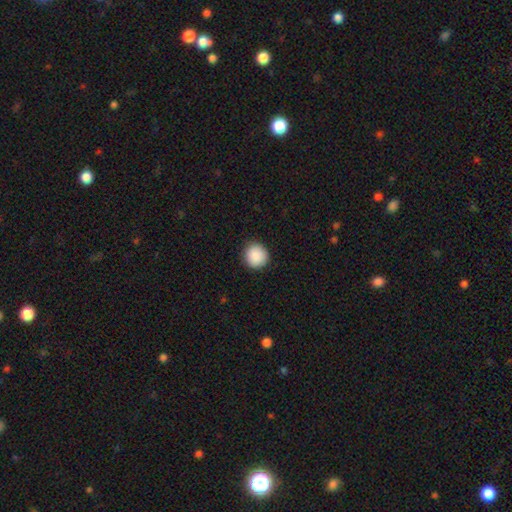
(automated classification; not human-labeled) Q: Smooth or featured?
A: smooth (89%); runner-up: star or artifact (8%)
Q: How rounded?
A: round (93%); runner-up: in between (6%)
Q: Merging?
A: none (91%); runner-up: minor disturbance (7%)